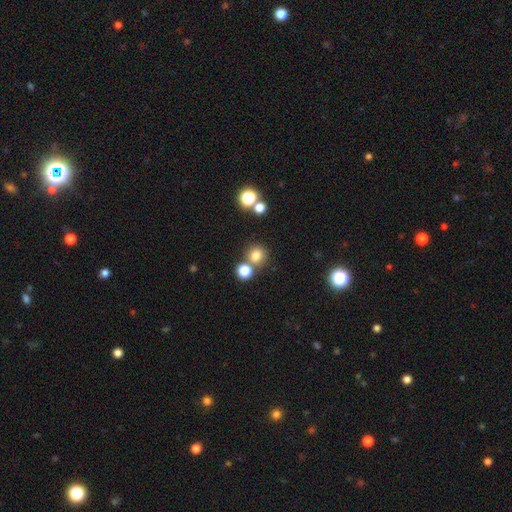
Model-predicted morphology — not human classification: smooth-or-featured: smooth: 77% | star or artifact: 16% | featured or disk: 6%
  how-rounded: round: 91% | in between: 8% | cigar-shaped: 1%
  merging: none: 69% | merger: 19% | minor disturbance: 8% | major disturbance: 3%